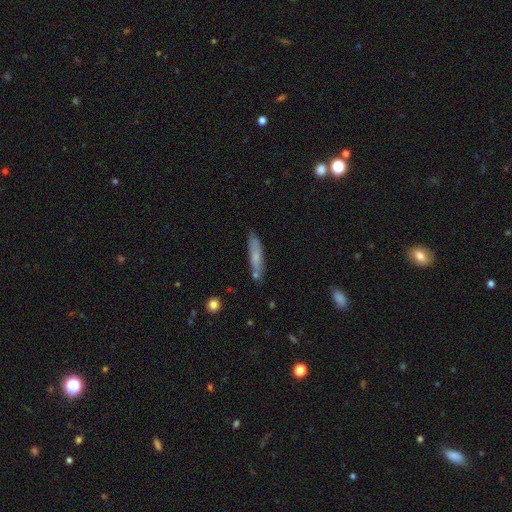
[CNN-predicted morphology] This is likely a smooth galaxy (68%). How rounded: clearly cigar-shaped (82%). Merging: likely none (74%).